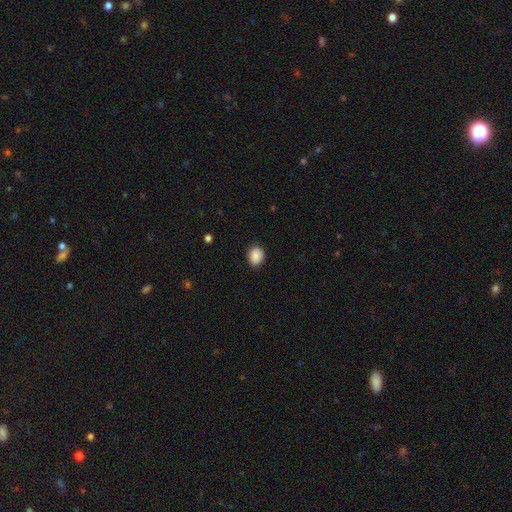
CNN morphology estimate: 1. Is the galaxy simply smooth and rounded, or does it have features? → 88% smooth, 8% star or artifact, 5% featured or disk.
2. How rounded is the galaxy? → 55% round, 44% in between, 1% cigar-shaped.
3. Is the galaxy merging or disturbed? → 87% none, 10% minor disturbance, 2% major disturbance, 1% merger.